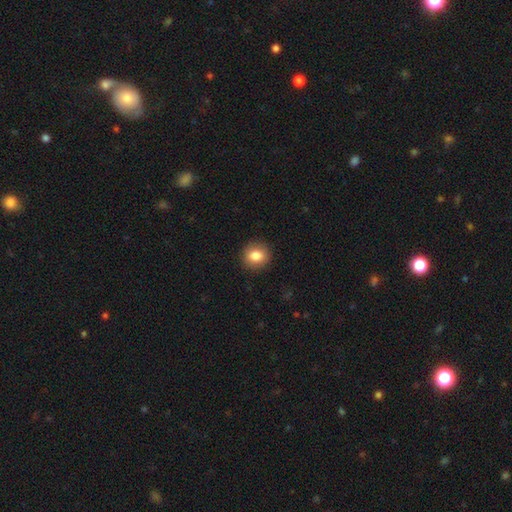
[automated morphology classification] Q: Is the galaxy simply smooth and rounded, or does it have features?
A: smooth — 83%.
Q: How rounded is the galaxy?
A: round — 83%.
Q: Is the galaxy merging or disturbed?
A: none — 91%.